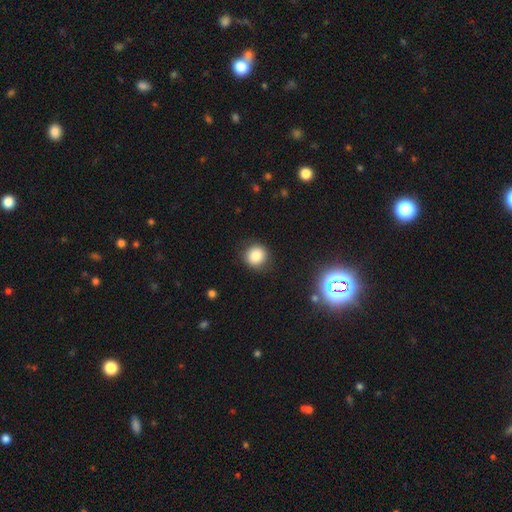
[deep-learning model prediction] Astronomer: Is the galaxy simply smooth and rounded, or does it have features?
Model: smooth — 82%.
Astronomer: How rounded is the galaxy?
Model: round — 91%.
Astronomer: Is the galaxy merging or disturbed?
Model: none — 87%.